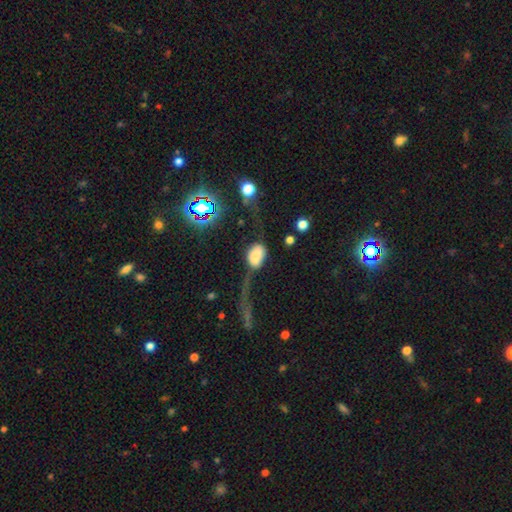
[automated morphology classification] The model was most divided on "merging": major disturbance: 41%, none: 30%, minor disturbance: 19%, merger: 10%. More confident: how rounded — in between (79%); smooth or featured — smooth (64%).